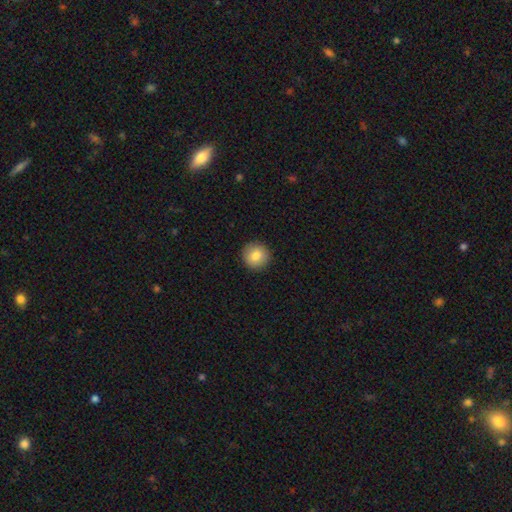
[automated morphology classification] smooth_or_featured: smooth (p=0.84) [alt: star or artifact p=0.08]
how_rounded: round (p=0.94) [alt: in between p=0.05]
merging: none (p=0.92) [alt: minor disturbance p=0.05]